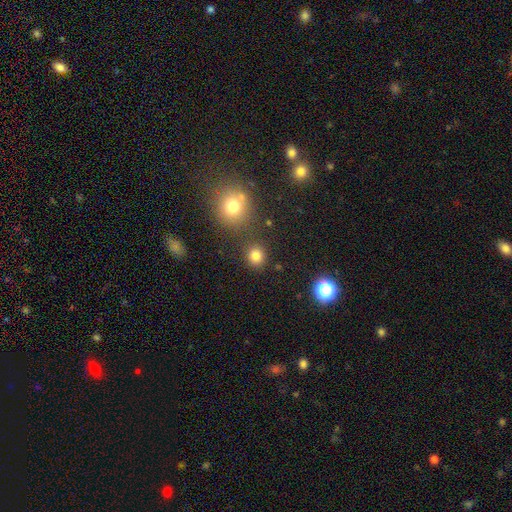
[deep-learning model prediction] This appears to be a smooth galaxy with no disk features (81%) that is round (84%). Merging: none (83%).